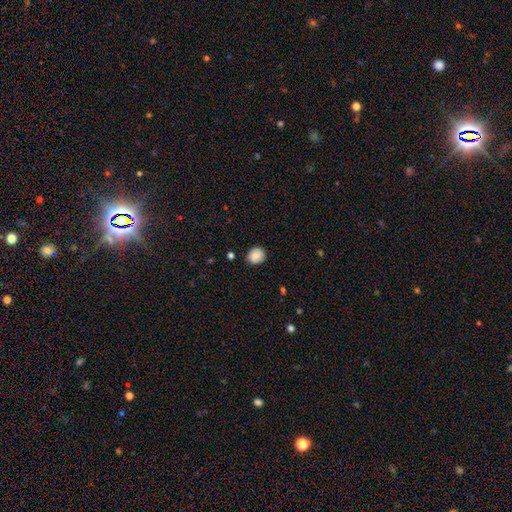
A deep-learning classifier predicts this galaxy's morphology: The model was most divided on "how rounded": round: 82%, in between: 17%, cigar-shaped: 1%. More confident: merging — none (85%); smooth or featured — smooth (81%).